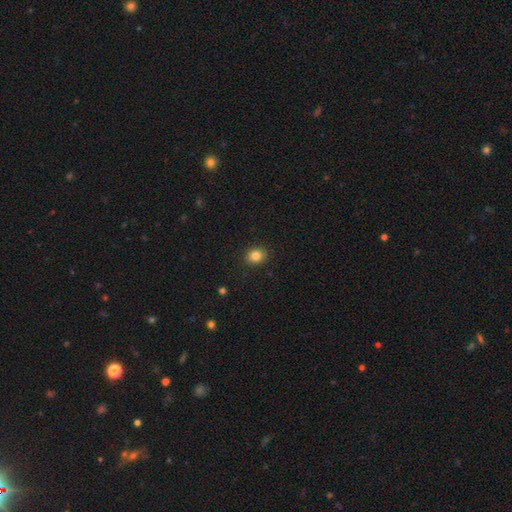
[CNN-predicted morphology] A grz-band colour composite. It shows a smooth galaxy with no disk features (83%) that is round (62%). Merging: none (90%).